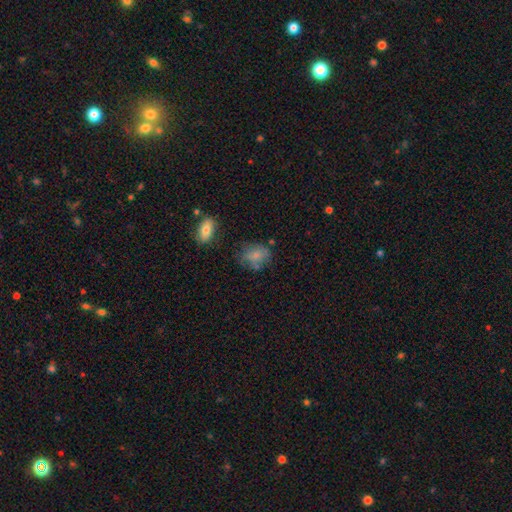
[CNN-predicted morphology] smooth_or_featured: smooth (p=0.75) [alt: featured or disk p=0.15]
how_rounded: in between (p=0.60) [alt: round p=0.39]
merging: none (p=0.55) [alt: minor disturbance p=0.26]